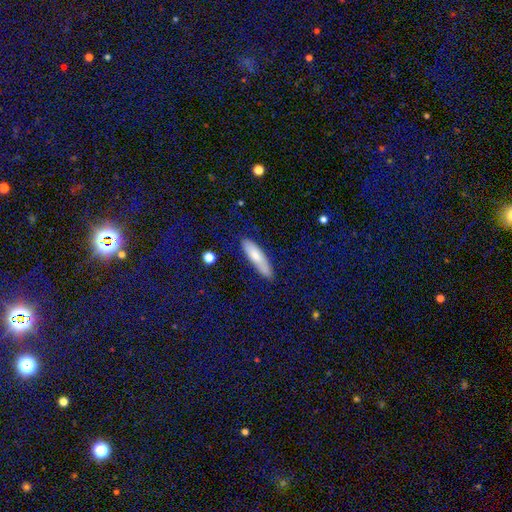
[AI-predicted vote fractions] This is likely a smooth galaxy (74%). How rounded: likely cigar-shaped (69%). Merging: likely none (79%).